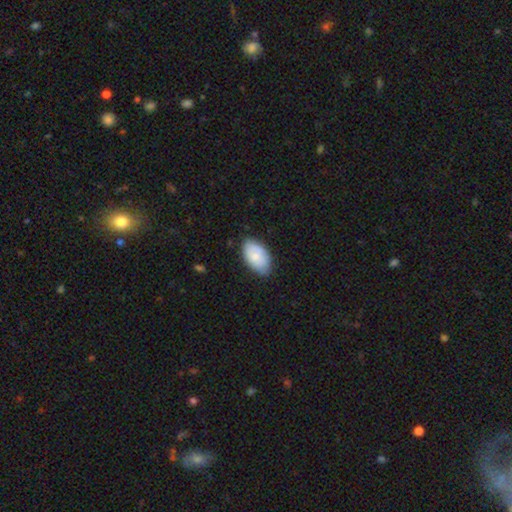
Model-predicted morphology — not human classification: Overall: smooth (79%). How rounded: in between (95%). Merging: none (73%).